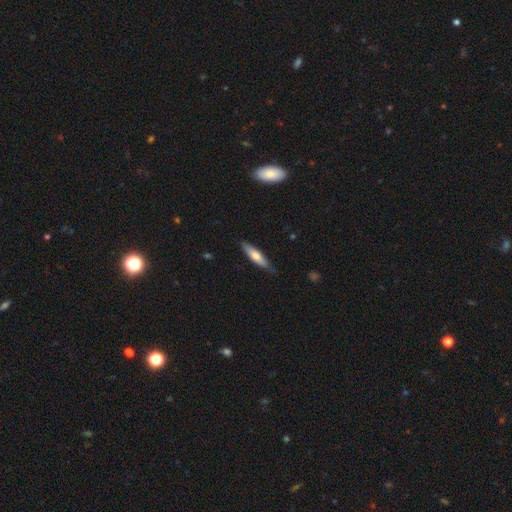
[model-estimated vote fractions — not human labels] smooth 63%, featured or disk 31%, star or artifact 6%. Down the decision tree: how rounded — cigar-shaped (70%); merging — none (82%).